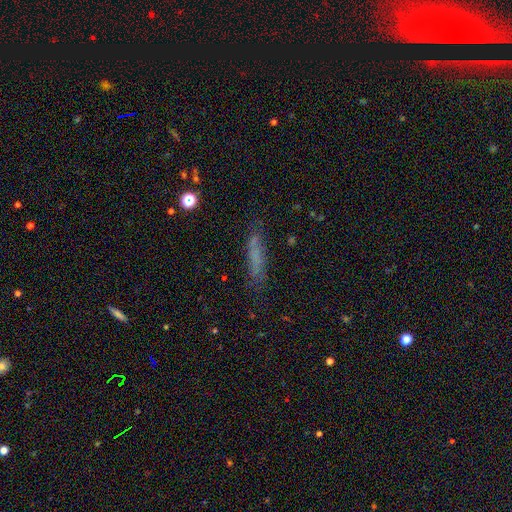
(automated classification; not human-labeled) Smooth or featured? smooth (60%)
How rounded? cigar-shaped (82%)
Merging? none (70%)